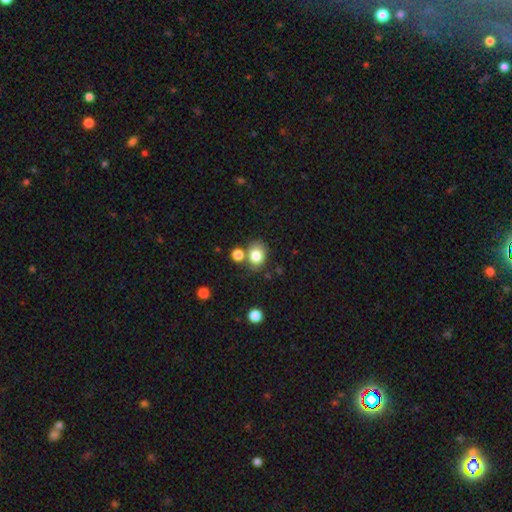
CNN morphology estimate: Smooth or featured? smooth (81%)
How rounded? round (55%)
Merging? none (64%)